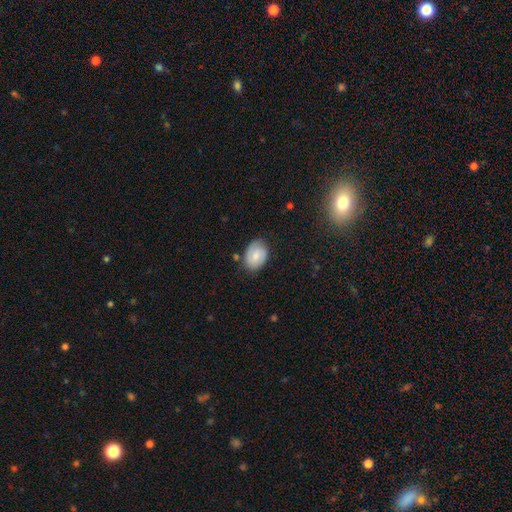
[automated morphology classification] type=smooth (62%); roundness=in between (75%); merging=none (74%).